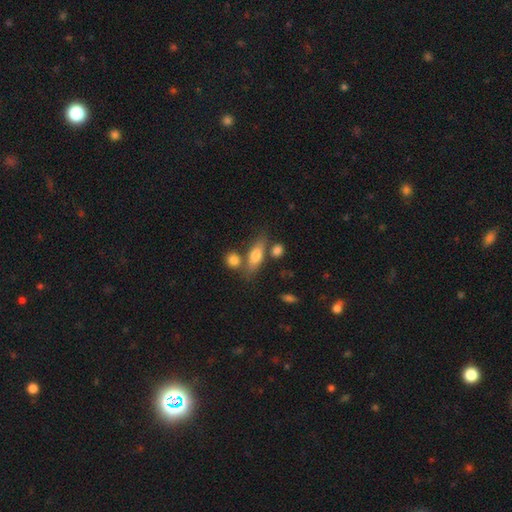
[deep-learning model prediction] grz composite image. It shows a smooth galaxy with no disk features (66%) that is in between round and cigar-shaped (58%). Merging: none (64%).